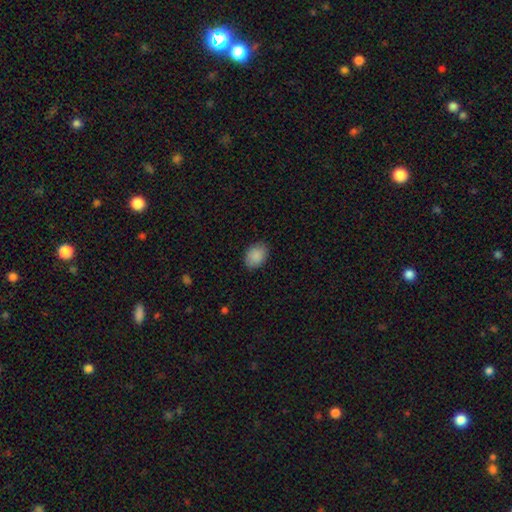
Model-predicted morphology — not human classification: This appears to be a smooth galaxy with no disk features (89%) that is in between round and cigar-shaped (74%). Merging: none (85%).